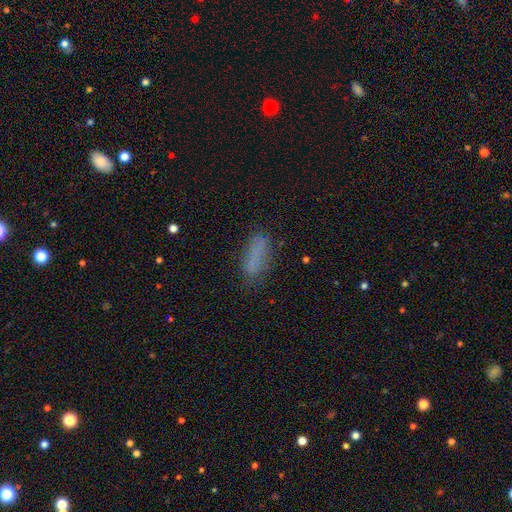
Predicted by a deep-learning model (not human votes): This appears to be a smooth galaxy with no disk features (76%) that is cigar-shaped (52%). Merging: none (75%).